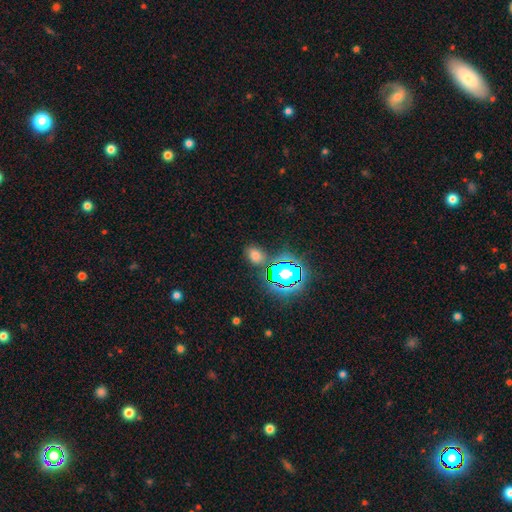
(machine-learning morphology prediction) A smooth galaxy with no disk features (60%) that is in between round and cigar-shaped (75%). Merging: none (77%).